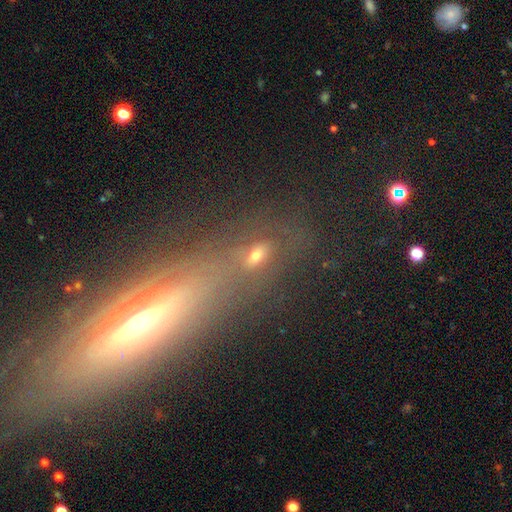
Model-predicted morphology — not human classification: smooth_or_featured: featured or disk (p=0.37) [alt: smooth p=0.35]
merging: none (p=0.55) [alt: merger p=0.22]